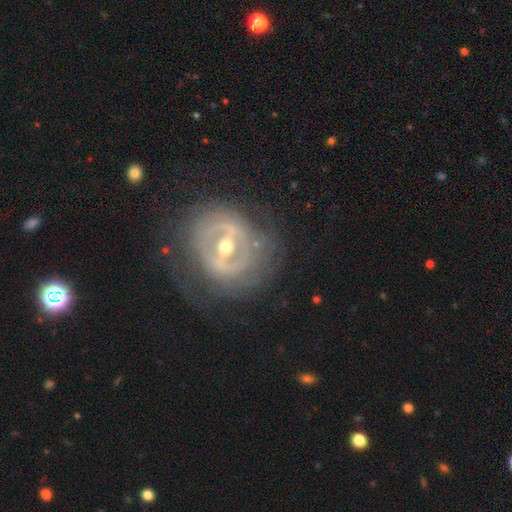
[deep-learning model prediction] Overall: featured or disk (79%). Edge-on disk: no (94%). Bar: strong (50%; weak 33%). Spiral arms: yes (55%; no 45%). Bulge size: moderate (63%; small 31%). Merging: none (74%).